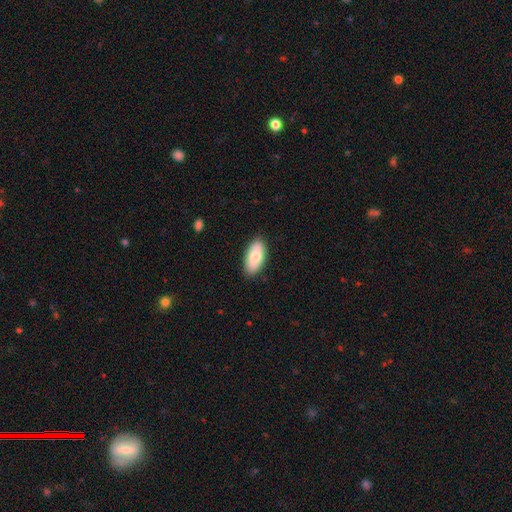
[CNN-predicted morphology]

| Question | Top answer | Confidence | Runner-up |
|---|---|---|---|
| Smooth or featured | smooth | 76% | featured or disk (18%) |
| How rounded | in between | 91% | cigar-shaped (6%) |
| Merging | none | 86% | minor disturbance (11%) |